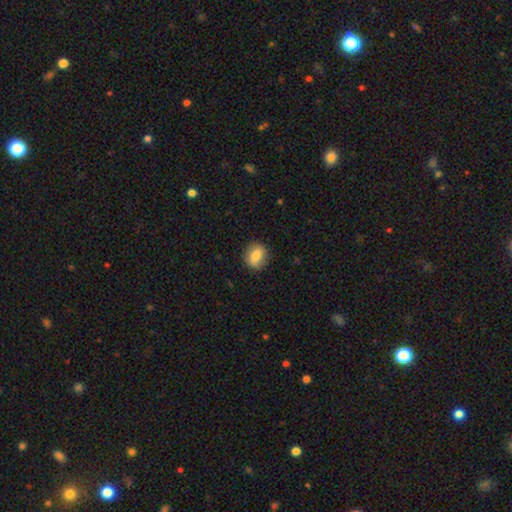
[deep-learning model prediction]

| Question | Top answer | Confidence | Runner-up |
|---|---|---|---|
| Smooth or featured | smooth | 78% | featured or disk (14%) |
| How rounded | round | 65% | in between (33%) |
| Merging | none | 85% | minor disturbance (11%) |